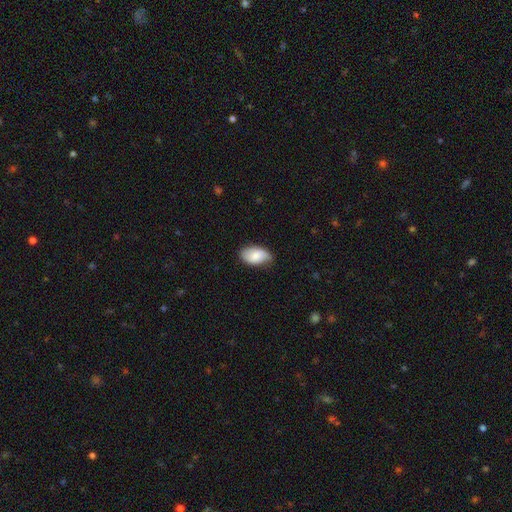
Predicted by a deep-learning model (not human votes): smooth_or_featured: smooth (p=0.72) [alt: featured or disk p=0.21]
how_rounded: in between (p=0.93) [alt: round p=0.05]
merging: none (p=0.68) [alt: minor disturbance p=0.26]